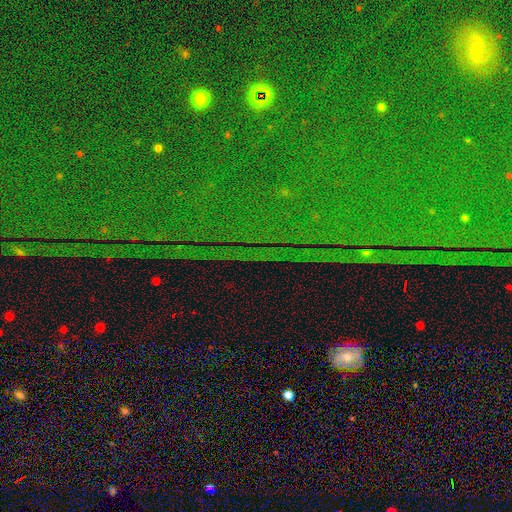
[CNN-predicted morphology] The model was most divided on "smooth or featured": star or artifact: 82%, featured or disk: 9%, smooth: 9%.